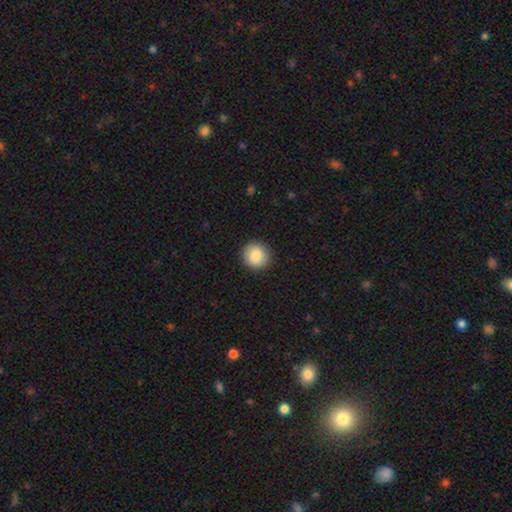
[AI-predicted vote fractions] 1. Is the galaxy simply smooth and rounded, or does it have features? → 86% smooth, 7% star or artifact, 6% featured or disk.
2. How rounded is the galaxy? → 90% round, 9% in between, 1% cigar-shaped.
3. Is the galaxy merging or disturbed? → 91% none, 7% minor disturbance, 2% major disturbance, 1% merger.